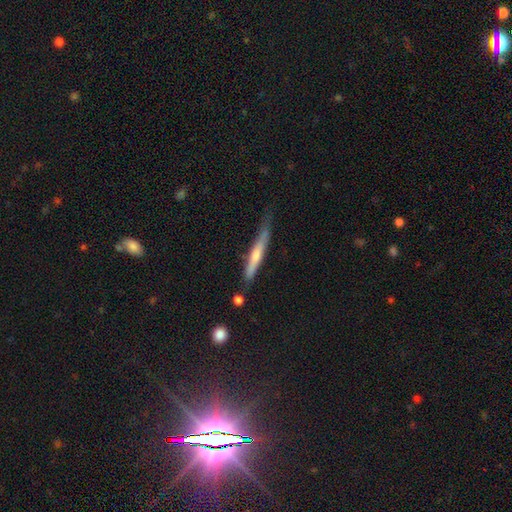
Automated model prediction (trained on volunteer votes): featured or disk 61%, smooth 24%, star or artifact 15%. Down the decision tree: edge-on disk — yes (93%); edge-on bulge — rounded (69%); merging — none (70%).